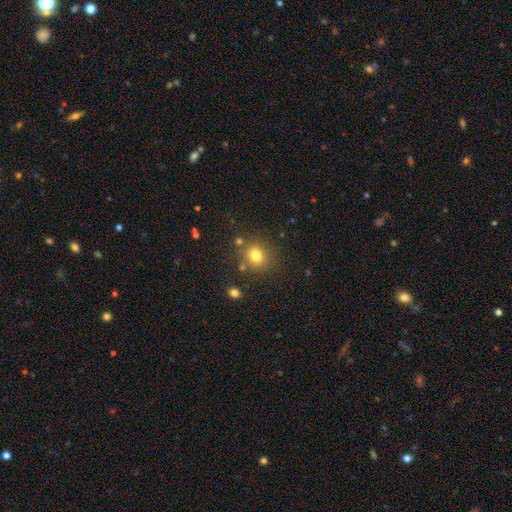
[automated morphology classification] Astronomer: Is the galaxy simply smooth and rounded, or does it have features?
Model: smooth — 77%.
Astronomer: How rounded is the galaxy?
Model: round — 79%.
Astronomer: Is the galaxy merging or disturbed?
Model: none — 79%.